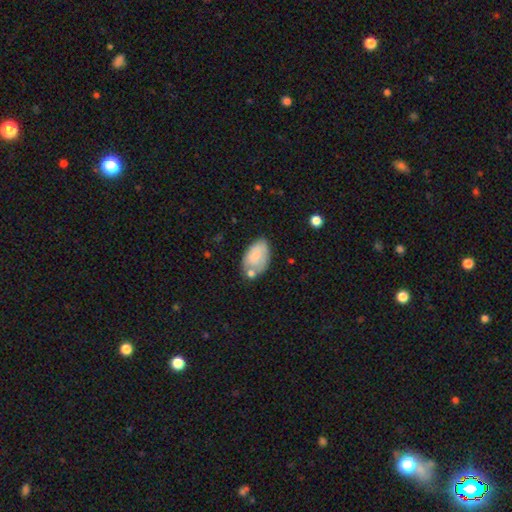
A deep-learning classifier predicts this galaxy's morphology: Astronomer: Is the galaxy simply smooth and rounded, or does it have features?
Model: smooth — 74%.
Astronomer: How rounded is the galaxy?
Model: in between — 93%.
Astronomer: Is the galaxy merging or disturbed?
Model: none — 49% (runner-up: minor disturbance, 26%).